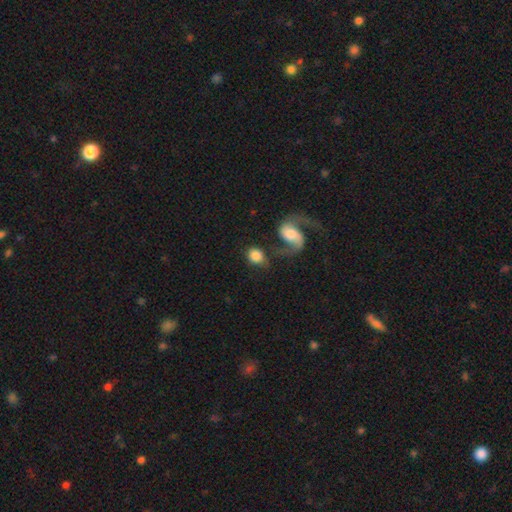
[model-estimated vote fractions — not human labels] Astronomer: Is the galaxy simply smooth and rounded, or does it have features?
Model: smooth — 70%.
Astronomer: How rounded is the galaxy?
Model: round — 62% (runner-up: in between, 37%).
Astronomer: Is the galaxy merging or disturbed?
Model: none — 50%.